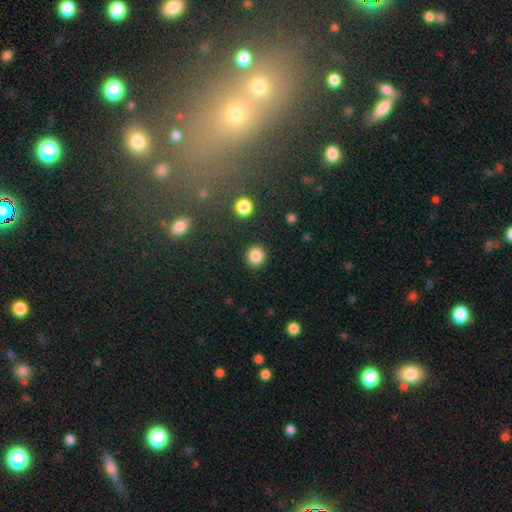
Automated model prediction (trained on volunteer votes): Morphology: type=smooth (85%); roundness=round (84%); merging=none (89%).